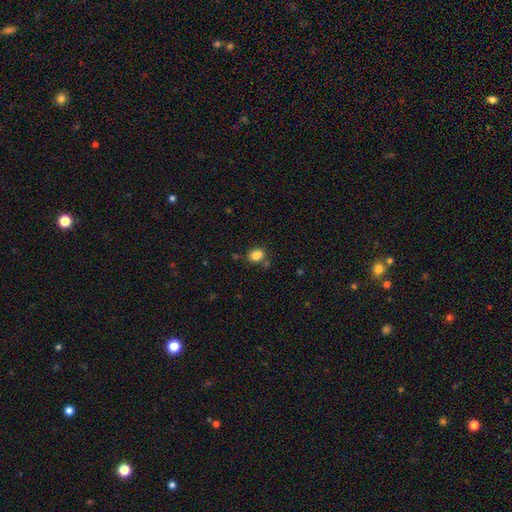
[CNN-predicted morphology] This appears to be a smooth galaxy with no disk features (84%) that is in between round and cigar-shaped (70%). Merging: none (69%).